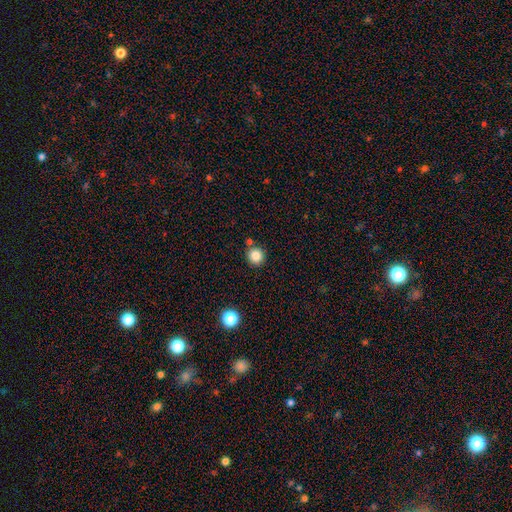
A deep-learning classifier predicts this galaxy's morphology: This appears to be a smooth galaxy with no disk features (84%) that is round (93%). Merging: none (83%).